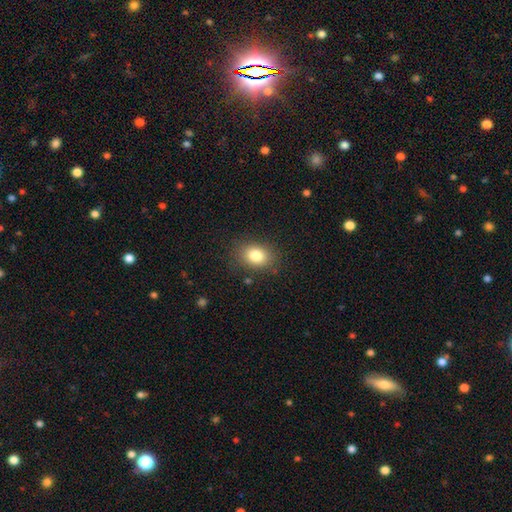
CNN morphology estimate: smooth 67%, star or artifact 25%, featured or disk 8%. Down the decision tree: how rounded — round (50%); merging — none (90%).